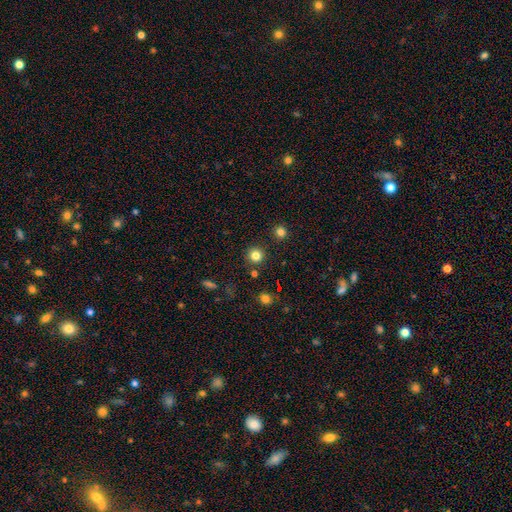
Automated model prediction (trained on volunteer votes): Smooth or featured?
  - smooth: 82% *
  - star or artifact: 13%
  - featured or disk: 5%
How rounded?
  - round: 94% *
  - in between: 5%
  - cigar-shaped: 1%
Merging?
  - none: 90% *
  - minor disturbance: 5%
  - merger: 3%
  - major disturbance: 2%